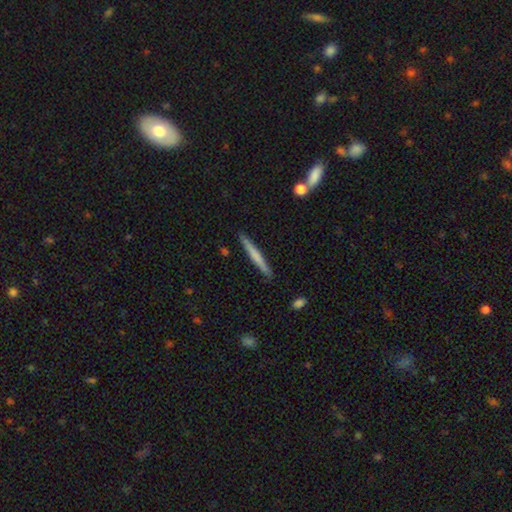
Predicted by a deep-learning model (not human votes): smooth 62%, featured or disk 33%, star or artifact 5%. Down the decision tree: how rounded — cigar-shaped (96%); merging — none (90%).